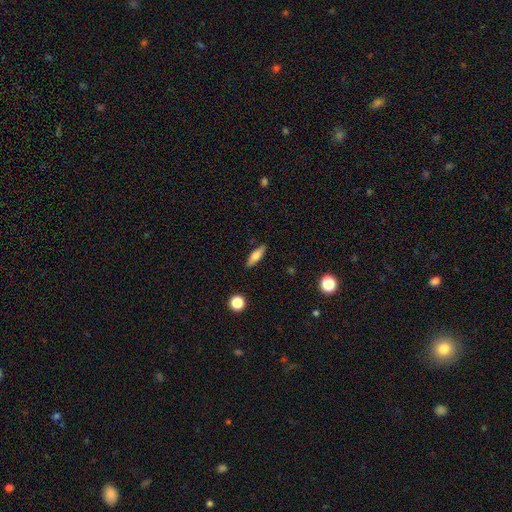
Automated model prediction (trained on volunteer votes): Morphology: type=smooth (71%); roundness=in between (49%); merging=none (87%).